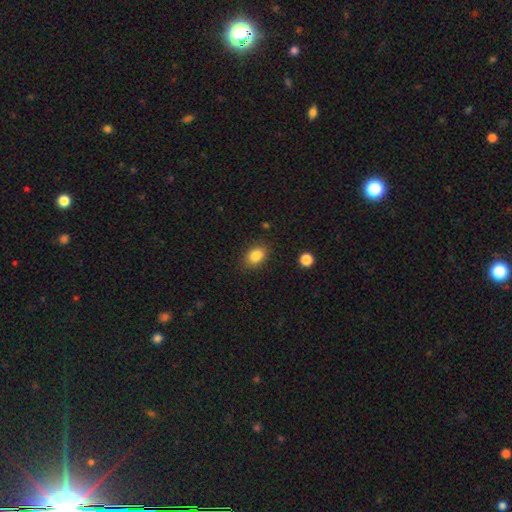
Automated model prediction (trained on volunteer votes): Q: Smooth or featured?
A: smooth (85%); runner-up: star or artifact (10%)
Q: How rounded?
A: in between (72%); runner-up: round (27%)
Q: Merging?
A: none (83%); runner-up: minor disturbance (12%)